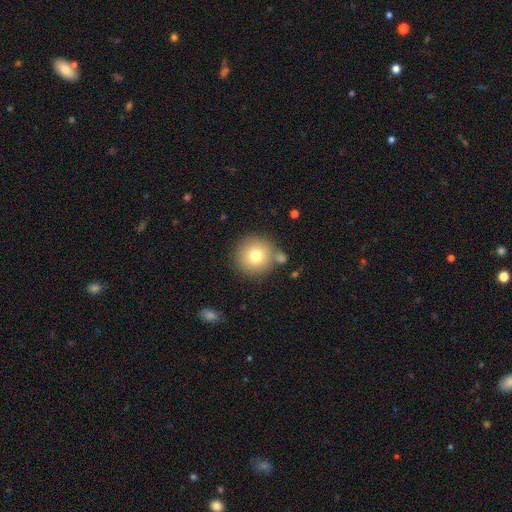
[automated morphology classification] This is likely a smooth galaxy (75%). How rounded: clearly round (95%). Merging: likely none (76%).